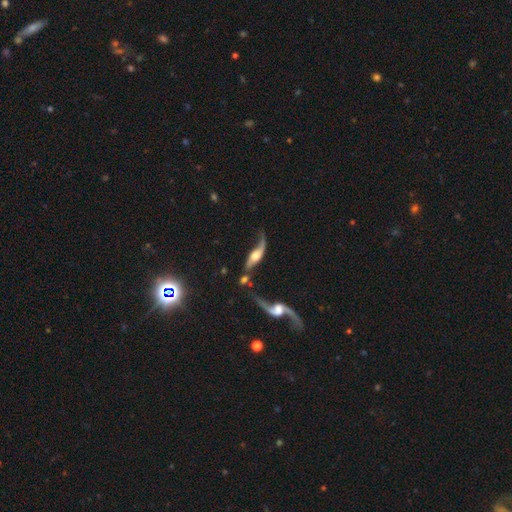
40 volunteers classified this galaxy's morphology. Volunteers were most divided on "merging": none: 35%, minor disturbance: 27%, major disturbance: 19%, merger: 19%. More confident: spiral winding — loose (96%); spiral arm count — 2 (92%); edge-on disk — no (91%); spiral arms — yes (90%); smooth or featured — featured or disk (80%); bar — no (66%); bulge size — moderate (62%).